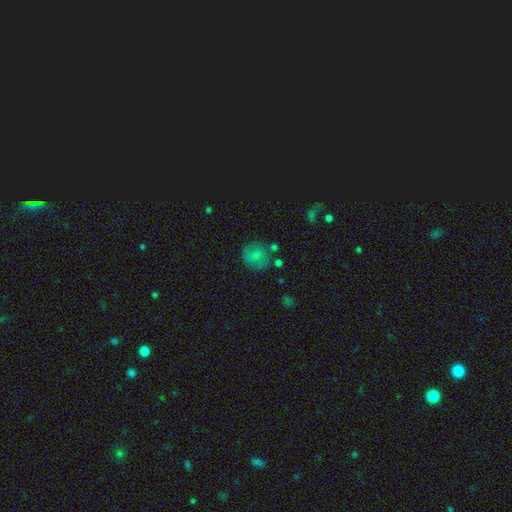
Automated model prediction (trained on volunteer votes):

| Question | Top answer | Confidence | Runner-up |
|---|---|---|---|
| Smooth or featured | smooth | 70% | featured or disk (18%) |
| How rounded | round | 83% | in between (16%) |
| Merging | none | 64% | minor disturbance (20%) |